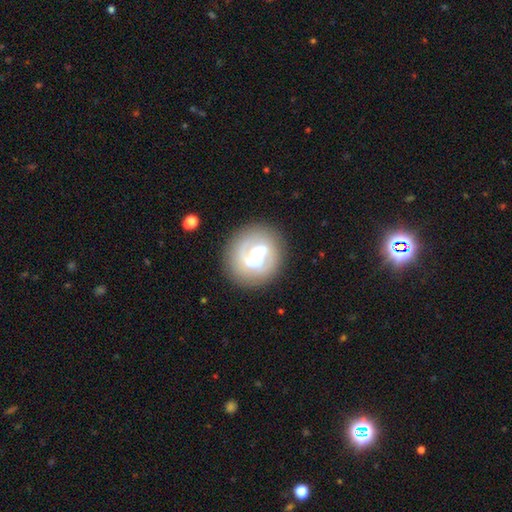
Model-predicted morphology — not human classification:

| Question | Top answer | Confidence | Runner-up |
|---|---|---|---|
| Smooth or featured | featured or disk | 74% | smooth (19%) |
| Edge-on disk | no | 97% | yes (3%) |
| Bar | weak | 41% | no (30%) |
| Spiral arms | yes | 78% | no (22%) |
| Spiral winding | tight | 40% | medium (39%) |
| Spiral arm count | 2 | 69% | can't tell (13%) |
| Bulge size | moderate | 60% | small (22%) |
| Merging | none | 77% | minor disturbance (12%) |